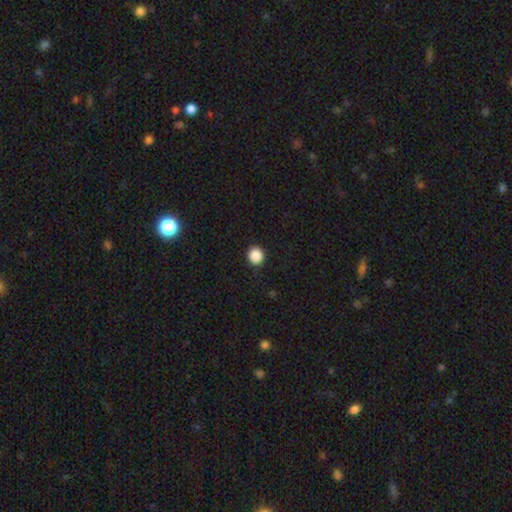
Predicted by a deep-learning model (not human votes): Q: Smooth or featured?
A: smooth (88%); runner-up: star or artifact (10%)
Q: How rounded?
A: round (92%); runner-up: in between (7%)
Q: Merging?
A: none (91%); runner-up: minor disturbance (6%)